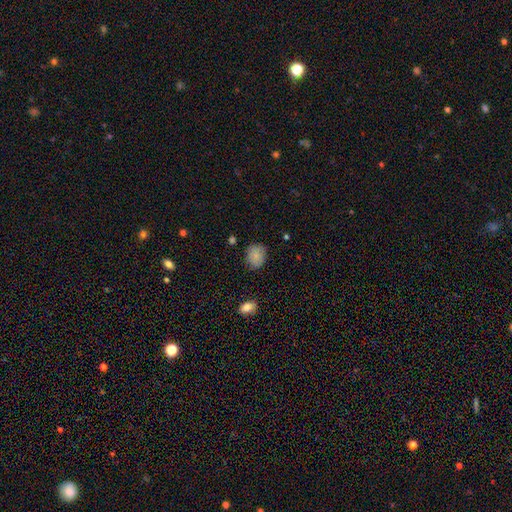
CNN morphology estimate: smooth-or-featured: smooth: 84% | star or artifact: 9% | featured or disk: 8%
  how-rounded: round: 56% | in between: 43% | cigar-shaped: 1%
  merging: none: 78% | minor disturbance: 17% | major disturbance: 4% | merger: 2%